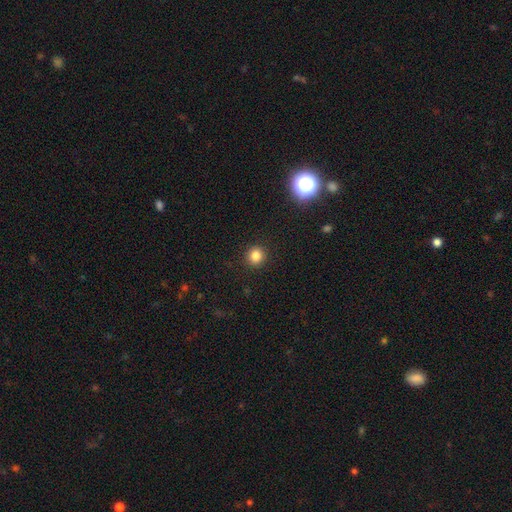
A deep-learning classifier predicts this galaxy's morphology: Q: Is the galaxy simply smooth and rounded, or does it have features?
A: smooth — 83%.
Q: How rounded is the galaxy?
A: round — 92%.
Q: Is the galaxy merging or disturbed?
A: none — 92%.